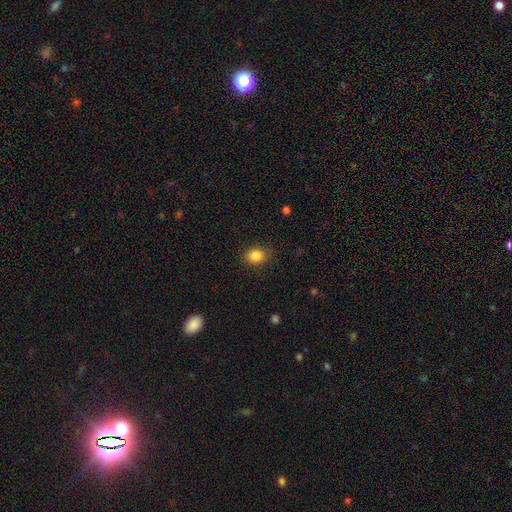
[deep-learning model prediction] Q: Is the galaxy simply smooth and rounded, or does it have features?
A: smooth — 86%.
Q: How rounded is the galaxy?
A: round — 52%.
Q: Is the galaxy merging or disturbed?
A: none — 84%.